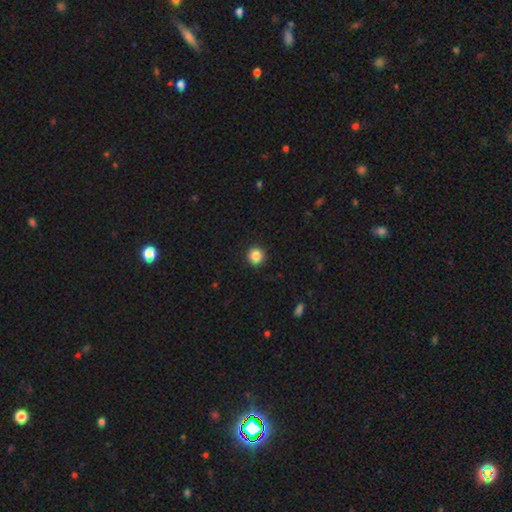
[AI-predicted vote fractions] Smooth or featured? Predicted: smooth (p=0.87). How rounded? Predicted: round (p=0.94). Merging? Predicted: none (p=0.93).